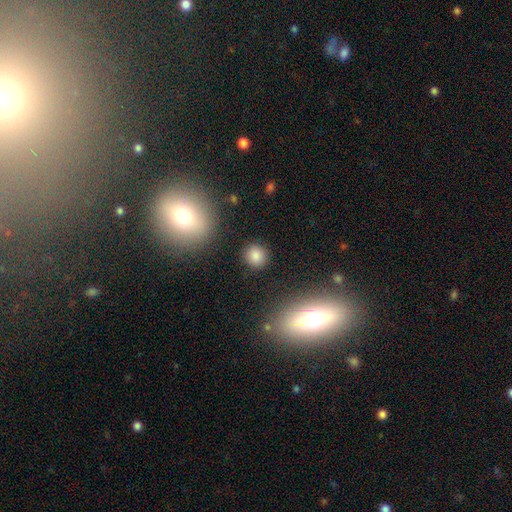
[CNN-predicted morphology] Smooth or featured: smooth — 84% (star or artifact — 11%)
How rounded: round — 89% (in between — 10%)
Merging: none — 89% (minor disturbance — 7%)